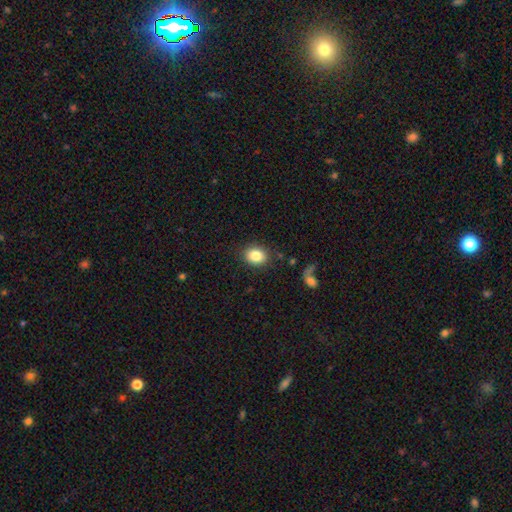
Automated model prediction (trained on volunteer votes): Smooth or featured? Predicted: smooth (p=0.85). How rounded? Predicted: in between (p=0.53). Merging? Predicted: none (p=0.85).